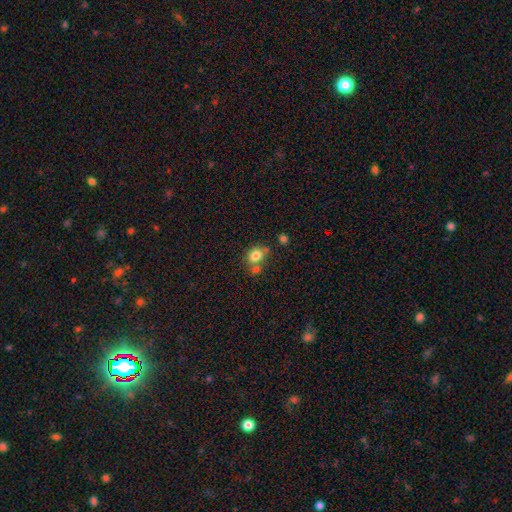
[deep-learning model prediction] Smooth or featured: smooth — 80% (star or artifact — 11%)
How rounded: round — 62% (in between — 37%)
Merging: none — 56% (merger — 27%)